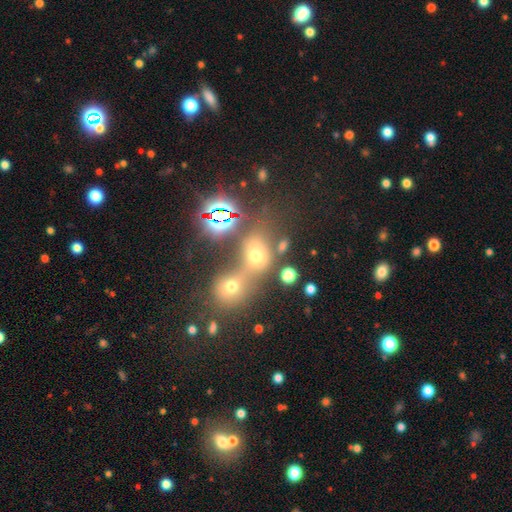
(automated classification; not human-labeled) Smooth or featured?
  - star or artifact: 43% *
  - smooth: 42%
  - featured or disk: 14%